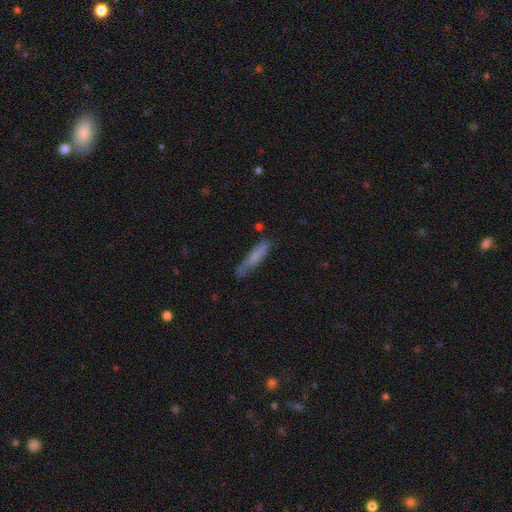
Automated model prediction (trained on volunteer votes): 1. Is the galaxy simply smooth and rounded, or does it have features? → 68% smooth, 24% featured or disk, 8% star or artifact.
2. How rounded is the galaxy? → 89% cigar-shaped, 10% in between, 1% round.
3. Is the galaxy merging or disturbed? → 66% none, 23% minor disturbance, 7% major disturbance, 4% merger.